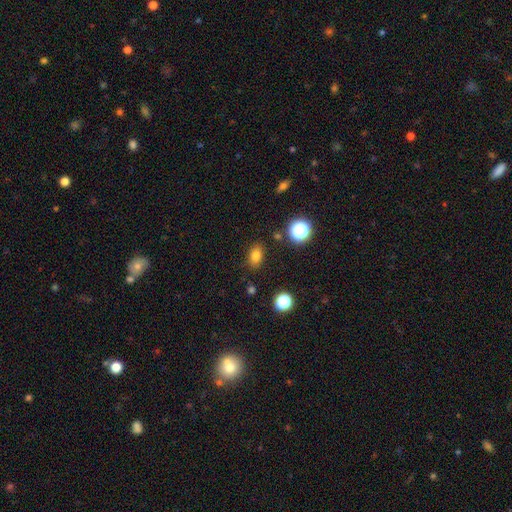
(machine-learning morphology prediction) Q: Smooth or featured?
A: smooth (78%); runner-up: star or artifact (15%)
Q: How rounded?
A: in between (76%); runner-up: round (22%)
Q: Merging?
A: none (85%); runner-up: minor disturbance (10%)